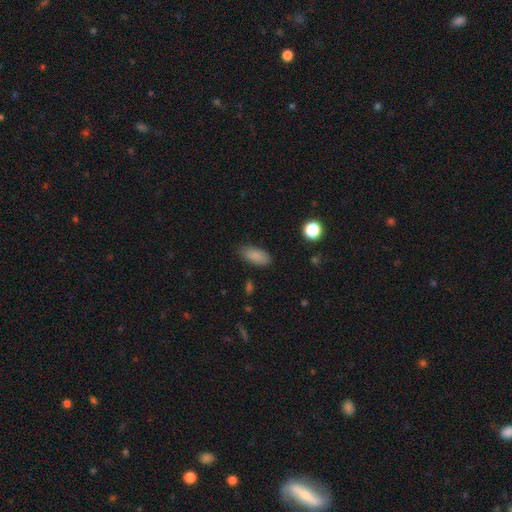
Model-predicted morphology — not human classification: A smooth galaxy with no disk features (86%) that is in between round and cigar-shaped (88%). Merging: none (81%).